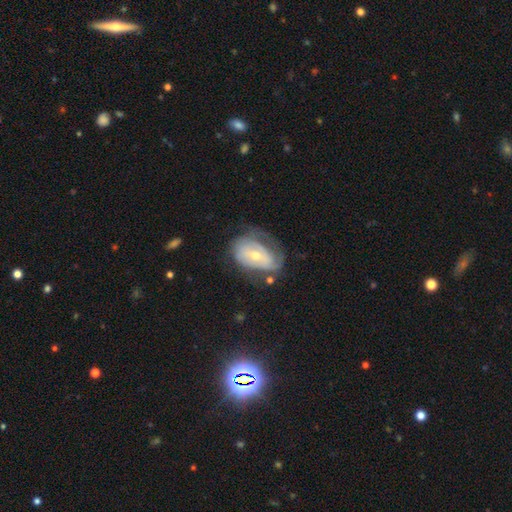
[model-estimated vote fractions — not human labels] This is likely a featured or disk galaxy (66%). It is clearly not viewed edge-on (95%). Bar: possibly no (56%). Spiral arm pattern: likely yes (72%). Central bulge: possibly moderate (55%). Merging: marginally none (41%).